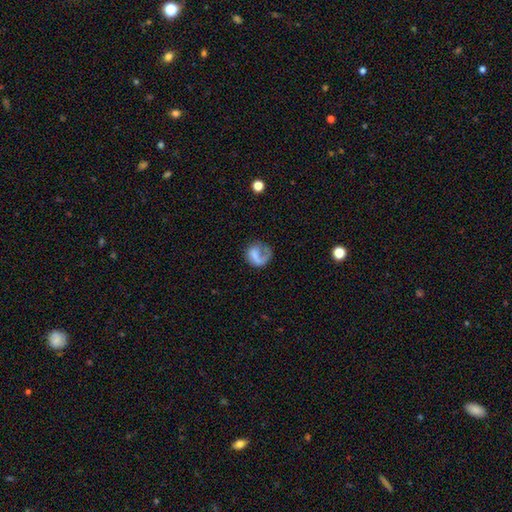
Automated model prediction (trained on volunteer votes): smooth_or_featured: smooth (p=0.52) [alt: featured or disk p=0.40]
how_rounded: round (p=0.67) [alt: in between p=0.31]
merging: major disturbance (p=0.38) [tied with: none p=0.38]